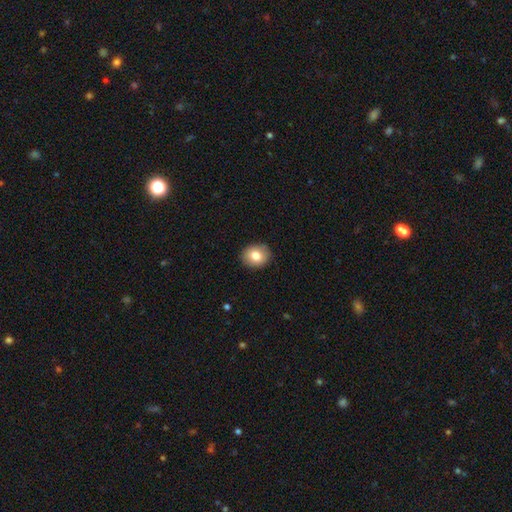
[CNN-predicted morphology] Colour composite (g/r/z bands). It shows a smooth galaxy with no disk features (81%) that is round (70%). Merging: none (90%).